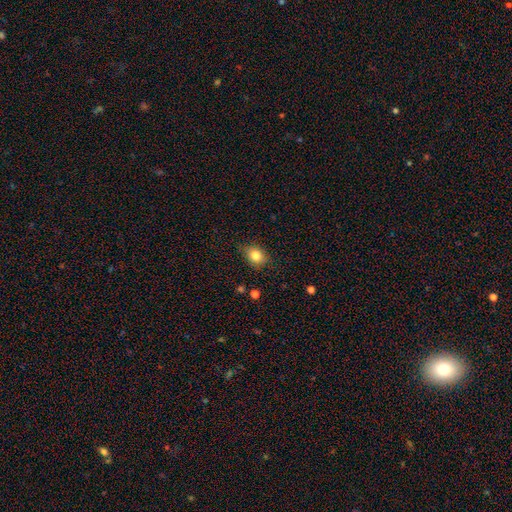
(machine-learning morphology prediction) Q: Smooth or featured?
A: smooth (82%); runner-up: star or artifact (10%)
Q: How rounded?
A: in between (51%); runner-up: round (48%)
Q: Merging?
A: none (78%); runner-up: minor disturbance (17%)